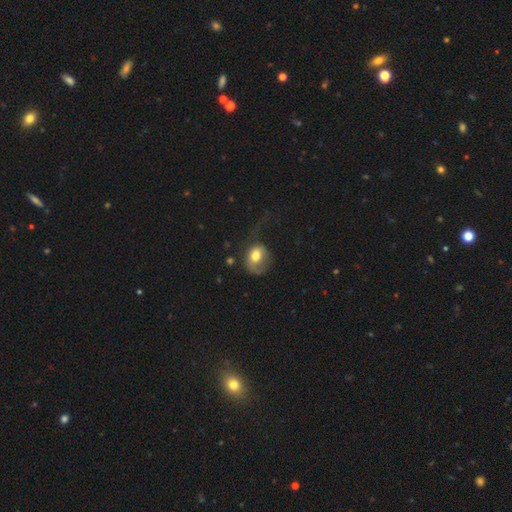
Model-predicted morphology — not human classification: Smooth or featured?
  - smooth: 67% *
  - featured or disk: 25%
  - star or artifact: 8%
How rounded?
  - round: 55% *
  - in between: 44%
  - cigar-shaped: 1%
Merging?
  - major disturbance: 44% *
  - none: 30%
  - minor disturbance: 23%
  - merger: 3%